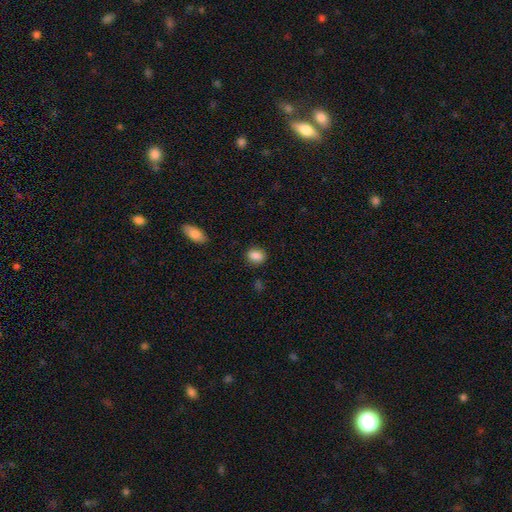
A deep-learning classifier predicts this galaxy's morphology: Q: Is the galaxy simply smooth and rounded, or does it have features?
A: smooth — 87%.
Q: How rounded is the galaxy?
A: in between — 56%.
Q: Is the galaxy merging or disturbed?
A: none — 86%.